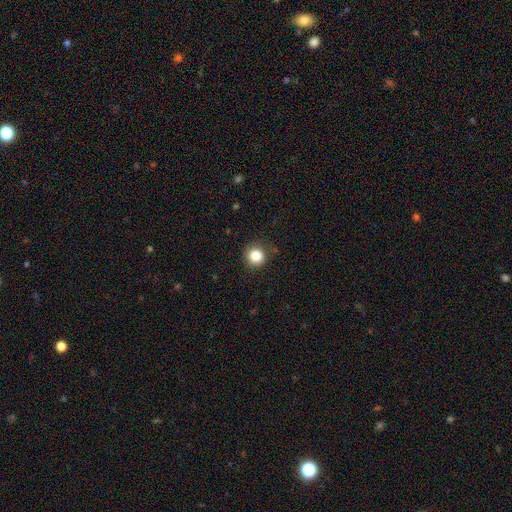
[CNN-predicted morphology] Smooth or featured?
  - smooth: 85% *
  - star or artifact: 11%
  - featured or disk: 4%
How rounded?
  - round: 92% *
  - in between: 7%
  - cigar-shaped: 1%
Merging?
  - none: 85% *
  - minor disturbance: 10%
  - major disturbance: 3%
  - merger: 1%